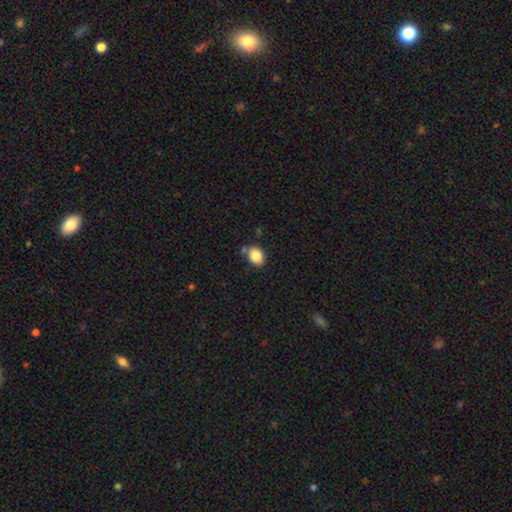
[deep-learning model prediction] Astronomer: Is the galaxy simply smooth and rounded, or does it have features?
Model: smooth — 85%.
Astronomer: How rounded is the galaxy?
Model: in between — 57% (runner-up: round, 42%).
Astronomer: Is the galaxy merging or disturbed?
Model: none — 73%.